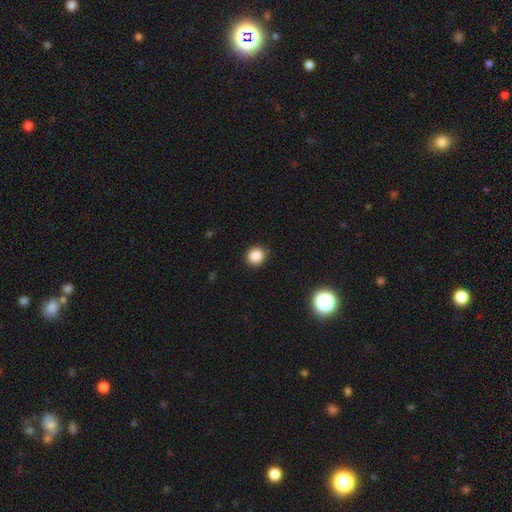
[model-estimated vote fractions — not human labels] Smooth or featured: smooth — 86% (star or artifact — 11%)
How rounded: round — 88% (in between — 11%)
Merging: none — 90% (minor disturbance — 7%)